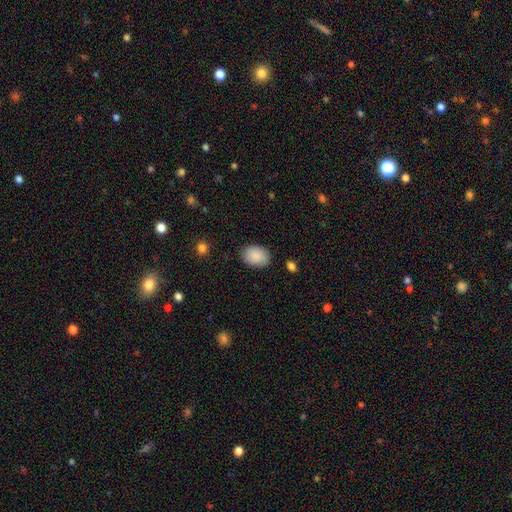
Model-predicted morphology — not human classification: Smooth or featured?
  - smooth: 89% *
  - star or artifact: 6%
  - featured or disk: 5%
How rounded?
  - in between: 77% *
  - round: 22%
  - cigar-shaped: 1%
Merging?
  - none: 84% *
  - minor disturbance: 12%
  - major disturbance: 3%
  - merger: 1%